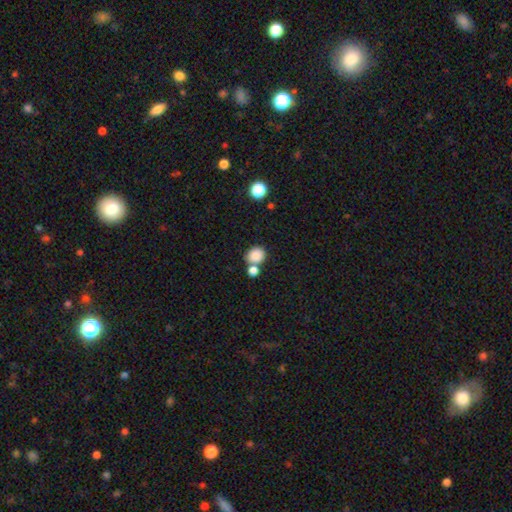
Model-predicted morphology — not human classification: smooth-or-featured: smooth: 85% | star or artifact: 10% | featured or disk: 5%
  how-rounded: round: 67% | in between: 32% | cigar-shaped: 1%
  merging: none: 56% | merger: 31% | minor disturbance: 10% | major disturbance: 3%